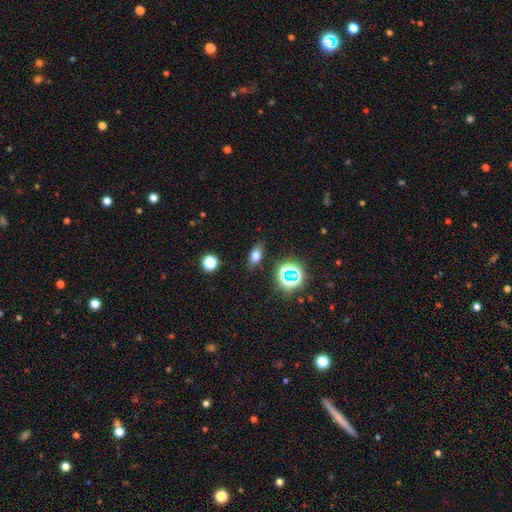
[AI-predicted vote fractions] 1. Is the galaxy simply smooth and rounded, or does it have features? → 70% smooth, 20% star or artifact, 10% featured or disk.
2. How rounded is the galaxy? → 78% in between, 15% round, 8% cigar-shaped.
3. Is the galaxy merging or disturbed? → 83% none, 12% minor disturbance, 3% major disturbance, 2% merger.